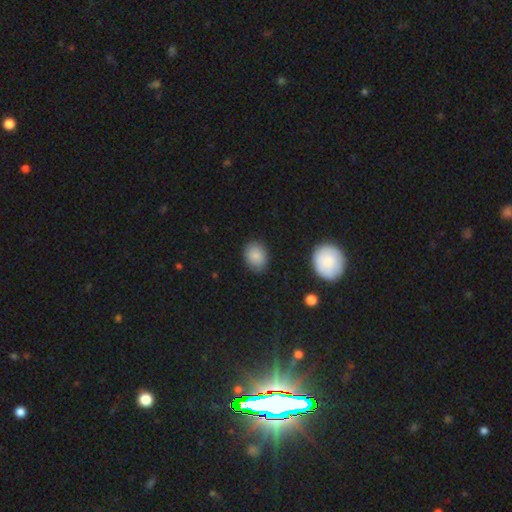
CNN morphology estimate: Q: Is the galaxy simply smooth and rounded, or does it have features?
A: smooth — 85%.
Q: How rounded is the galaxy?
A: in between — 58%.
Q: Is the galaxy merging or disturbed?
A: none — 84%.